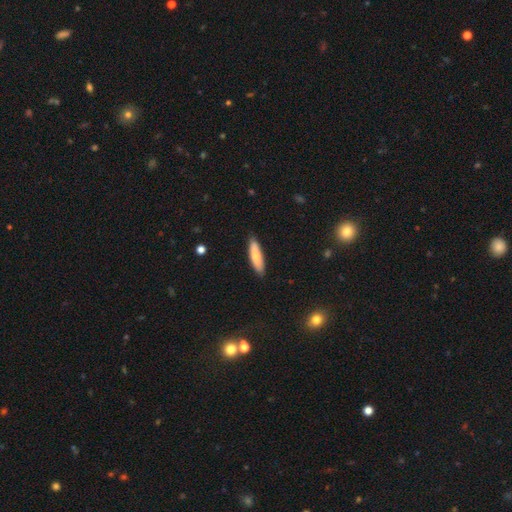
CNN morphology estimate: The model was most divided on "how rounded": cigar-shaped: 69%, in between: 29%, round: 2%. More confident: merging — none (86%); smooth or featured — smooth (75%).